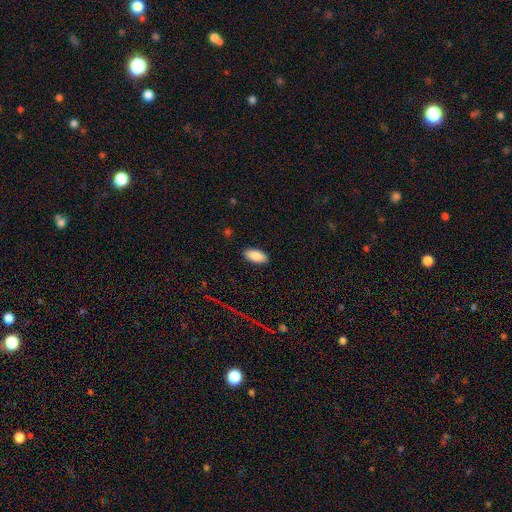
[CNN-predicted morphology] Smooth or featured?
  - smooth: 89% *
  - star or artifact: 7%
  - featured or disk: 5%
How rounded?
  - in between: 93% *
  - cigar-shaped: 5%
  - round: 2%
Merging?
  - none: 89% *
  - minor disturbance: 8%
  - major disturbance: 2%
  - merger: 1%